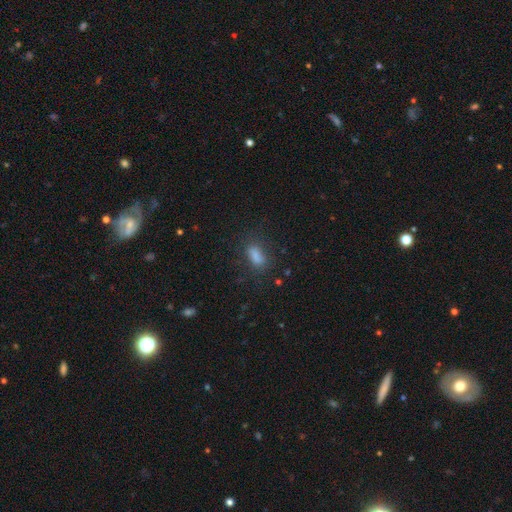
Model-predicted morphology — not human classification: A smooth galaxy with no disk features (75%) that is in between round and cigar-shaped (69%).

Vote fractions:
- Smooth or featured? smooth: 75% / star or artifact: 15% / featured or disk: 10%
- How rounded? in between: 69% / cigar-shaped: 24% / round: 7%
- Merging? none: 74% / minor disturbance: 15% / major disturbance: 8% / merger: 3%